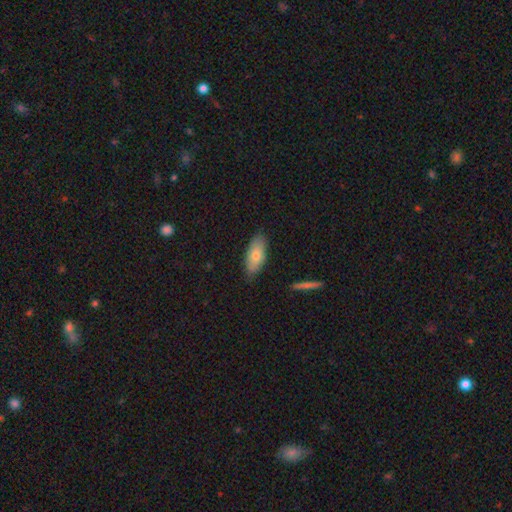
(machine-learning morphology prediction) A smooth galaxy with no disk features (72%) that is in between round and cigar-shaped (83%). Merging: none (83%).